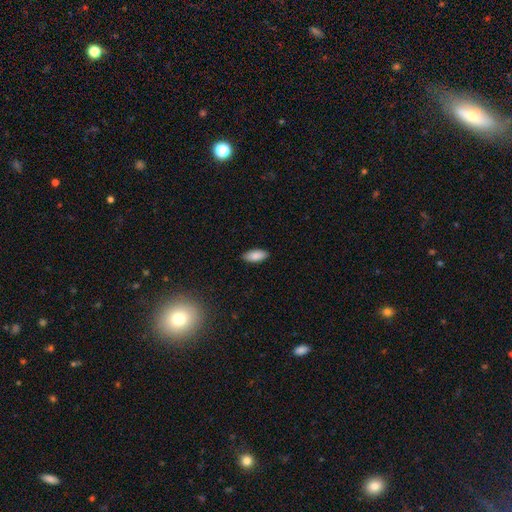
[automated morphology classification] The model was most divided on "how rounded": in between: 86%, cigar-shaped: 12%, round: 2%. More confident: merging — none (88%); smooth or featured — smooth (88%).